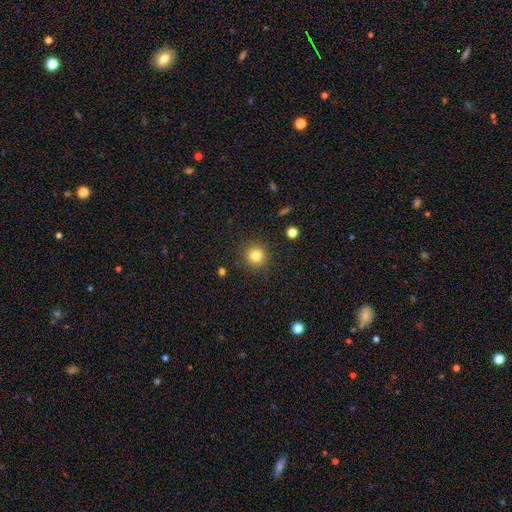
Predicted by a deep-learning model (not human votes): A smooth galaxy with no disk features (82%) that is round (94%).

Vote fractions:
- Smooth or featured? smooth: 82% / star or artifact: 12% / featured or disk: 6%
- How rounded? round: 94% / in between: 5% / cigar-shaped: 1%
- Merging? none: 90% / minor disturbance: 6% / major disturbance: 2% / merger: 1%